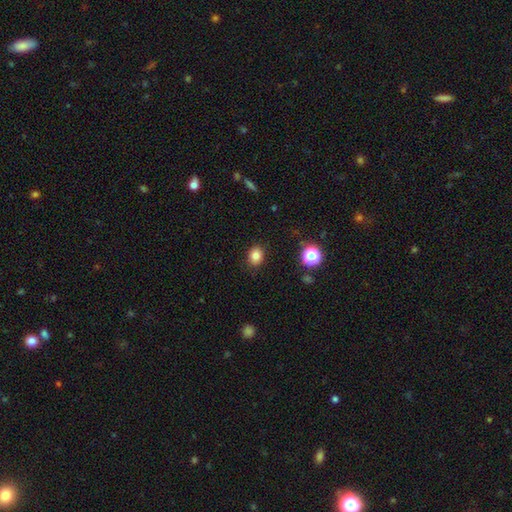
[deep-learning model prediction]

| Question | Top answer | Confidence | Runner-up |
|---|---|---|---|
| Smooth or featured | smooth | 83% | star or artifact (12%) |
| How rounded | in between | 52% | round (47%) |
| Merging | none | 88% | minor disturbance (9%) |